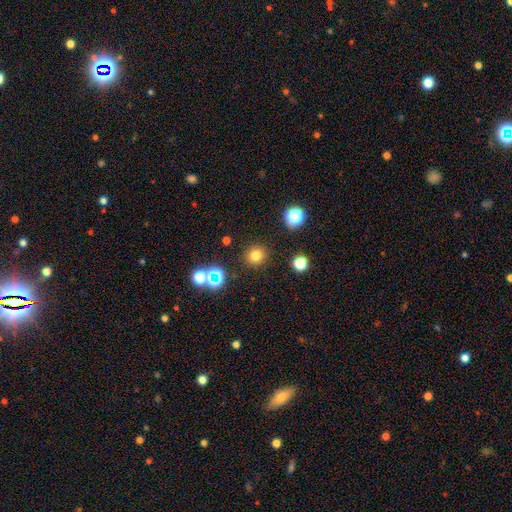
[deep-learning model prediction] Smooth or featured: smooth — 75% (star or artifact — 19%)
How rounded: round — 91% (in between — 8%)
Merging: none — 89% (minor disturbance — 6%)